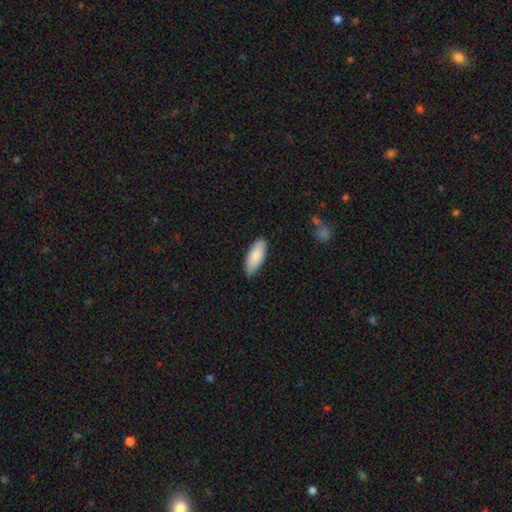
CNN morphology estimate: Smooth or featured? smooth (87%)
How rounded? in between (78%)
Merging? none (83%)